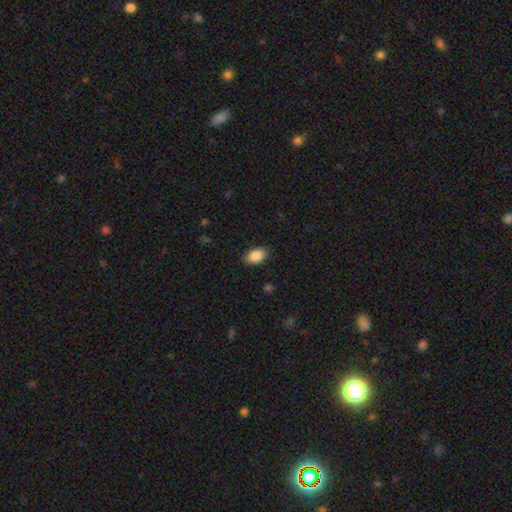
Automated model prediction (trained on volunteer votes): Smooth or featured?
  - smooth: 88% *
  - star or artifact: 7%
  - featured or disk: 4%
How rounded?
  - in between: 88% *
  - round: 10%
  - cigar-shaped: 1%
Merging?
  - none: 87% *
  - minor disturbance: 10%
  - major disturbance: 2%
  - merger: 1%